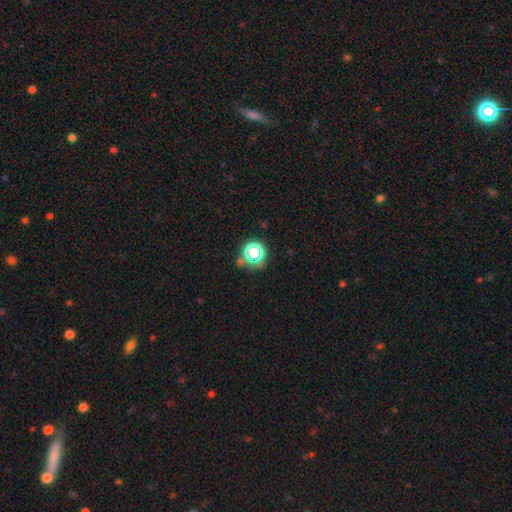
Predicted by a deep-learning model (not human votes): Smooth or featured: star or artifact — 55% (smooth — 33%)